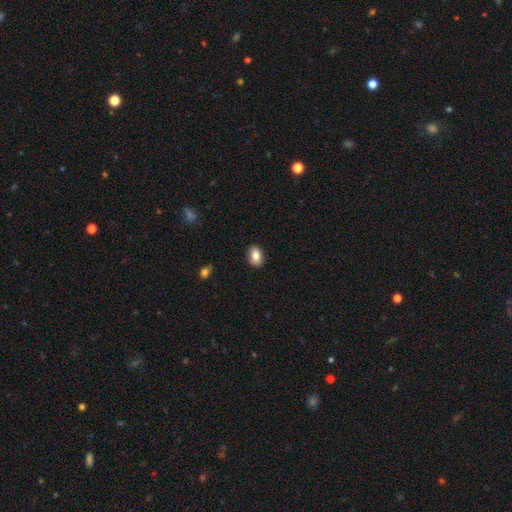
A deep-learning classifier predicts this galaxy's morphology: The model was most divided on "how rounded": in between: 83%, round: 15%, cigar-shaped: 2%. More confident: merging — none (86%); smooth or featured — smooth (80%).